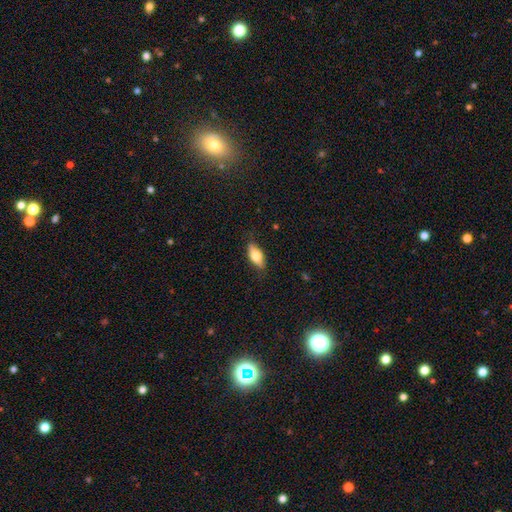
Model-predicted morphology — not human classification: Smooth or featured: smooth — 72% (featured or disk — 22%)
How rounded: in between — 83% (cigar-shaped — 13%)
Merging: none — 81% (minor disturbance — 15%)